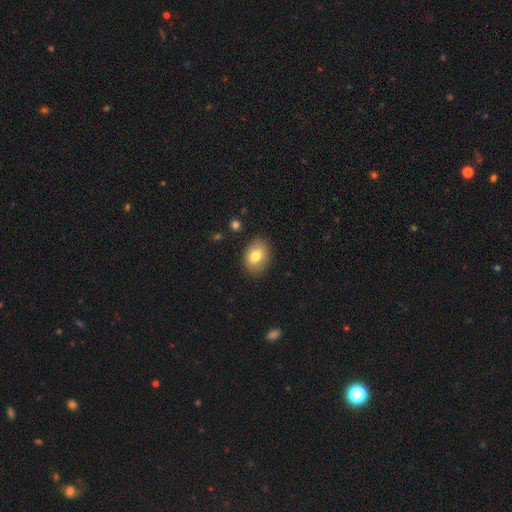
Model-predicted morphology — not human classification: Smooth or featured? smooth (78%)
How rounded? in between (73%)
Merging? none (85%)